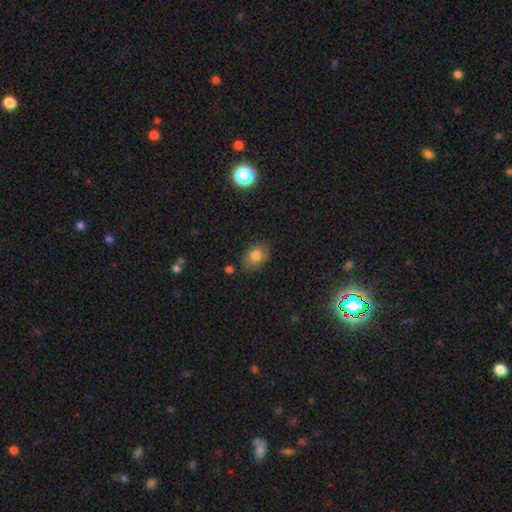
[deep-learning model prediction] Morphology: type=smooth (79%); roundness=in between (79%); merging=none (78%).